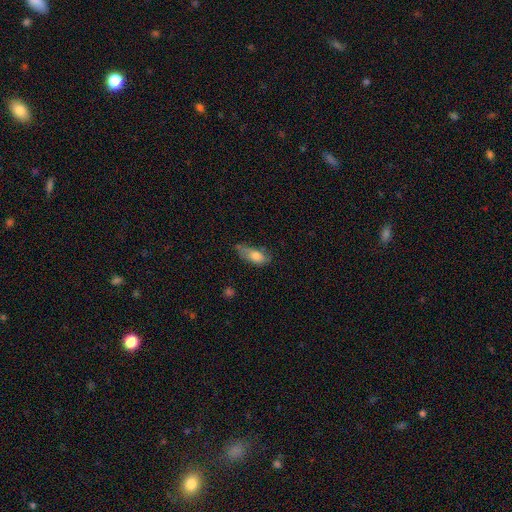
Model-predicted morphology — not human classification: Q: Smooth or featured?
A: smooth (74%); runner-up: featured or disk (18%)
Q: How rounded?
A: in between (80%); runner-up: cigar-shaped (16%)
Q: Merging?
A: none (39%); runner-up: minor disturbance (38%)